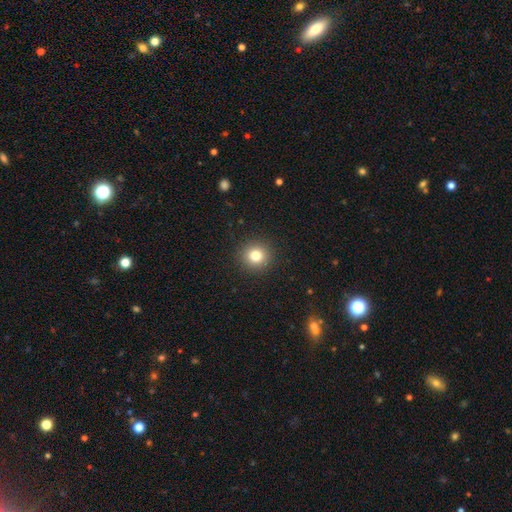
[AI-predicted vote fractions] Q: Smooth or featured?
A: smooth (80%); runner-up: star or artifact (12%)
Q: How rounded?
A: round (94%); runner-up: in between (5%)
Q: Merging?
A: none (92%); runner-up: minor disturbance (5%)